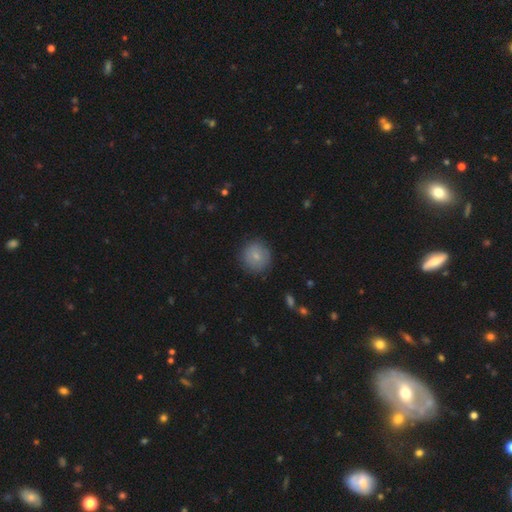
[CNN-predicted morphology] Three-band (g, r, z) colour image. It shows a smooth galaxy with no disk features (80%) that is round (92%). Merging: none (86%).